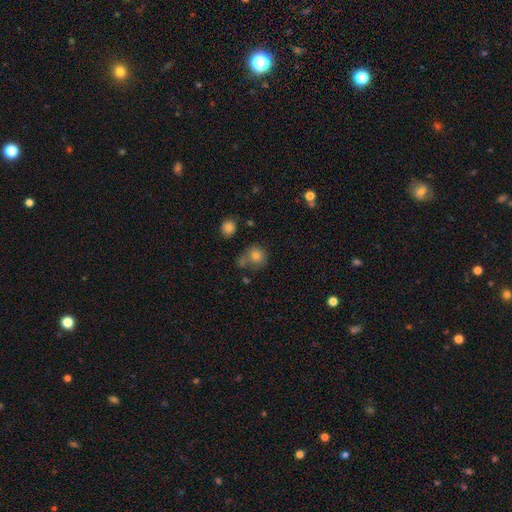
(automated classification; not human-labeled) Smooth or featured? smooth (75%)
How rounded? round (82%)
Merging? none (56%)